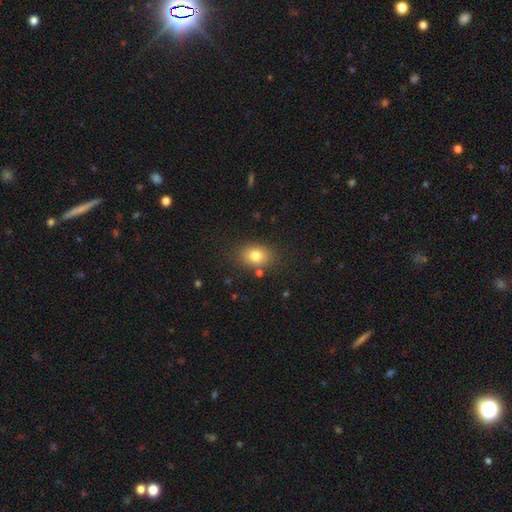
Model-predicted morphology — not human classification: Smooth or featured?
  - smooth: 80% *
  - star or artifact: 11%
  - featured or disk: 9%
How rounded?
  - in between: 63% *
  - round: 36%
  - cigar-shaped: 1%
Merging?
  - none: 81% *
  - minor disturbance: 11%
  - merger: 4%
  - major disturbance: 3%